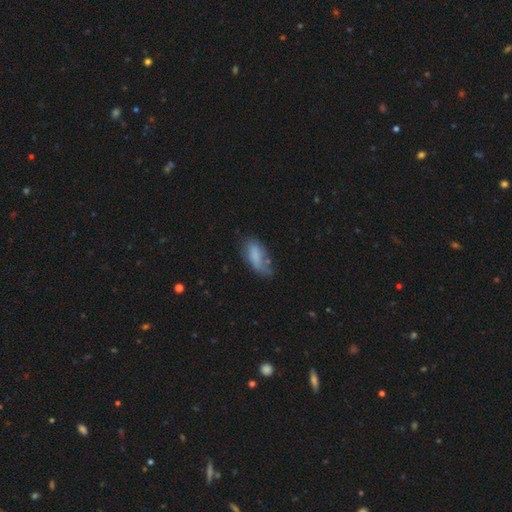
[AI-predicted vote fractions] Smooth or featured? smooth (72%)
How rounded? in between (82%)
Merging? none (42%)